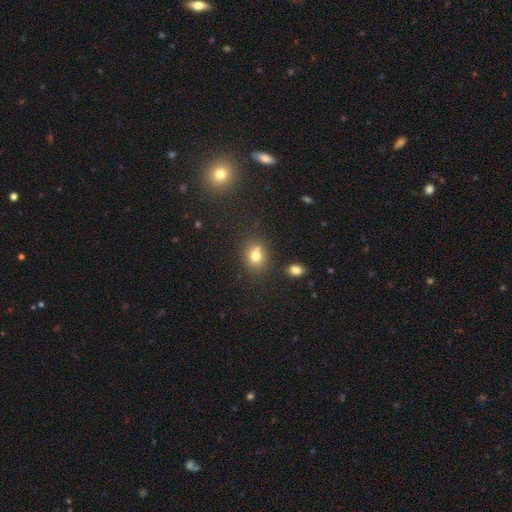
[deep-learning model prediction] Smooth or featured?
  - smooth: 76% *
  - star or artifact: 14%
  - featured or disk: 11%
How rounded?
  - round: 56% *
  - in between: 43%
  - cigar-shaped: 1%
Merging?
  - none: 66% *
  - merger: 17%
  - minor disturbance: 13%
  - major disturbance: 4%